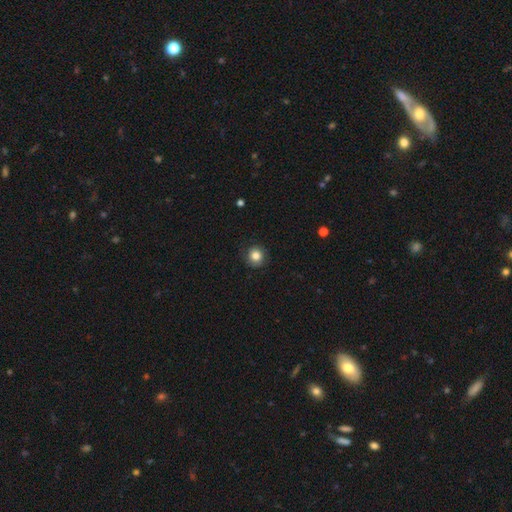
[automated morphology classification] Smooth or featured: smooth — 83% (star or artifact — 10%)
How rounded: round — 90% (in between — 9%)
Merging: none — 84% (minor disturbance — 11%)